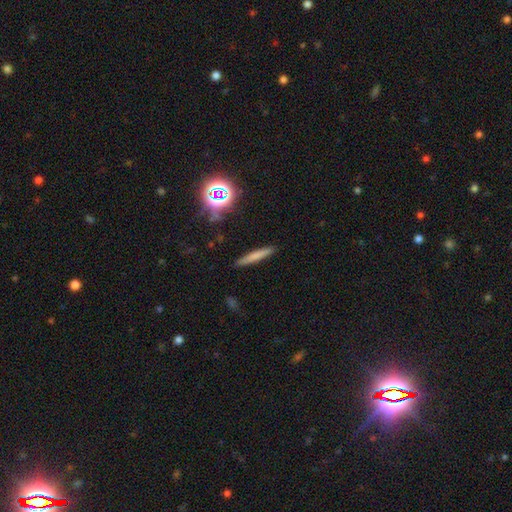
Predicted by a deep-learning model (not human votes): This appears to be a smooth galaxy with no disk features (66%) that is cigar-shaped (93%). Merging: none (88%).